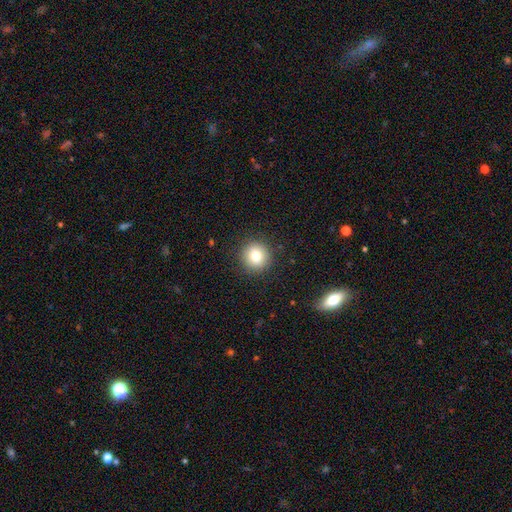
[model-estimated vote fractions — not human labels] smooth-or-featured: smooth: 80% | star or artifact: 10% | featured or disk: 9%
  how-rounded: round: 93% | in between: 6% | cigar-shaped: 1%
  merging: none: 90% | minor disturbance: 6% | major disturbance: 2% | merger: 1%